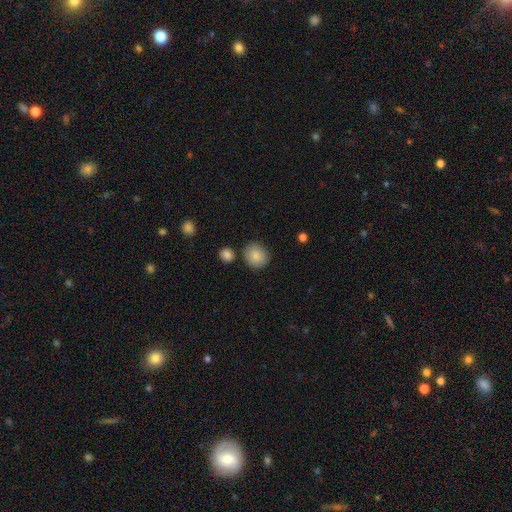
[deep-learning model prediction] This is clearly a smooth galaxy (86%). How rounded: clearly round (84%). Merging: clearly none (81%).